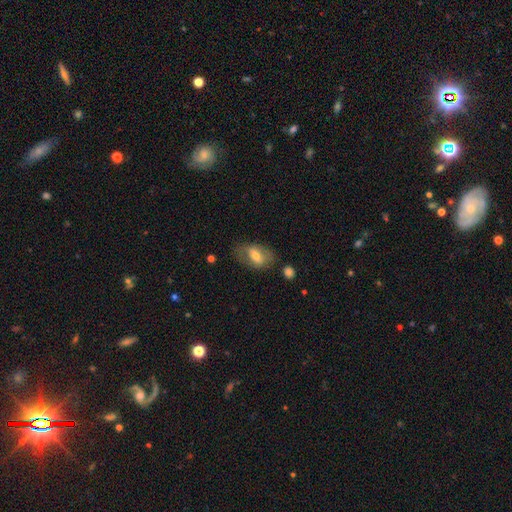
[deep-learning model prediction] Smooth or featured? smooth (52%)
How rounded? in between (84%)
Merging? none (64%)